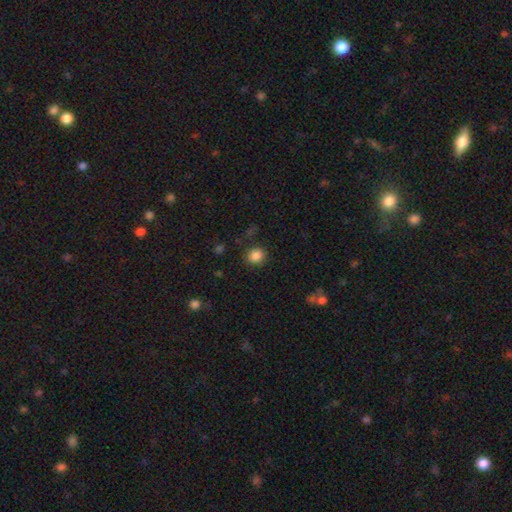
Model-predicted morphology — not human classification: smooth_or_featured: smooth (p=0.85) [alt: star or artifact p=0.11]
how_rounded: round (p=0.82) [alt: in between p=0.17]
merging: none (p=0.84) [alt: minor disturbance p=0.10]